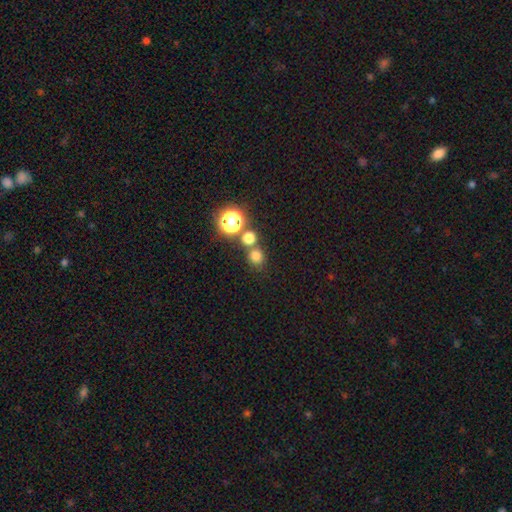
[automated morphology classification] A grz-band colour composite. It shows a smooth galaxy with no disk features (72%) that is round (87%). Merging: none (69%).